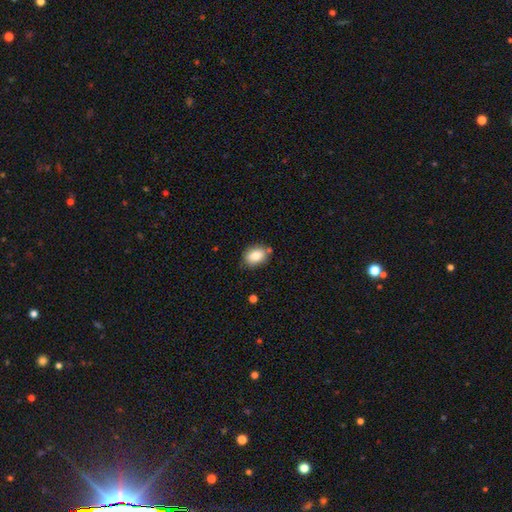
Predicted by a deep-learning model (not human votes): A smooth galaxy with no disk features (85%) that is in between round and cigar-shaped (74%).

Vote fractions:
- Smooth or featured? smooth: 85% / star or artifact: 8% / featured or disk: 8%
- How rounded? in between: 74% / round: 25% / cigar-shaped: 1%
- Merging? none: 74% / minor disturbance: 17% / merger: 5% / major disturbance: 3%